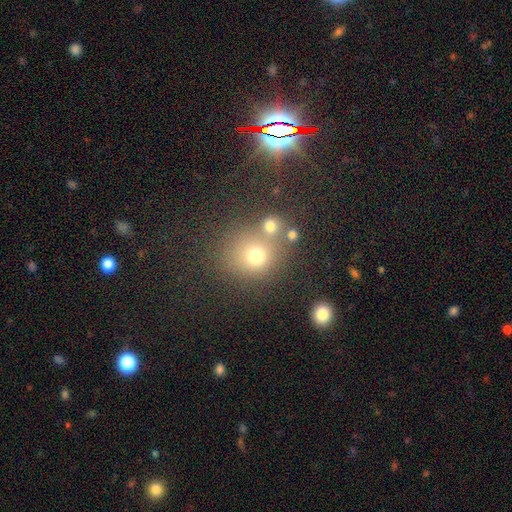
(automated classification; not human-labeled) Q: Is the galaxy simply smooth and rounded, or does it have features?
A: smooth — 70%.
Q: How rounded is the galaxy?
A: round — 82%.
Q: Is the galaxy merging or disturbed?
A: none — 59%.